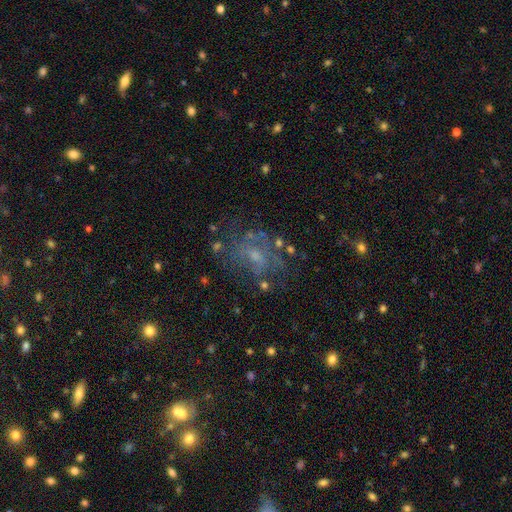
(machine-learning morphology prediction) This appears to be a featured or disk galaxy (54%) with no bar (62%), spiral arms (53%) and a small central bulge (51%). Merging: none (57%).